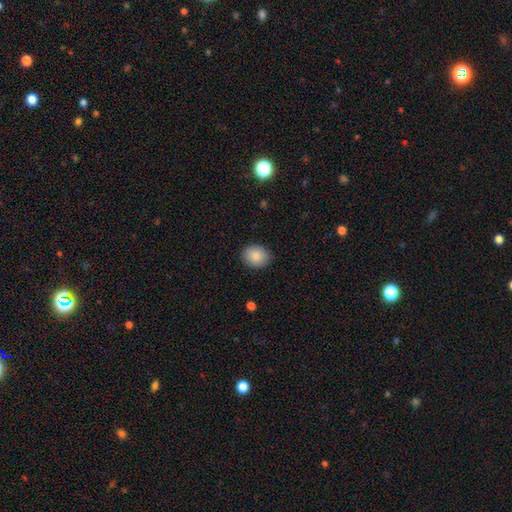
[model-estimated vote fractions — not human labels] Smooth or featured? Predicted: smooth (p=0.83). How rounded? Predicted: round (p=0.62). Merging? Predicted: none (p=0.86).